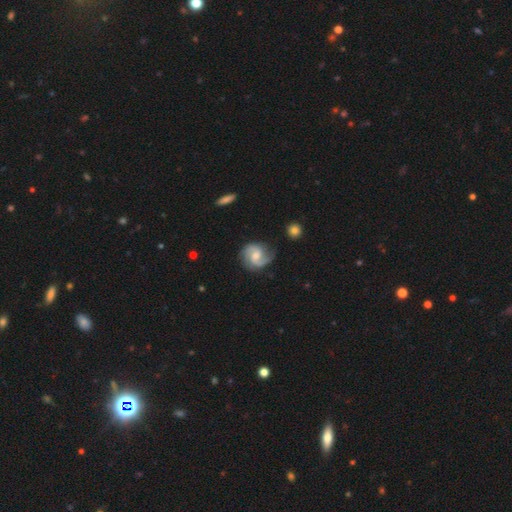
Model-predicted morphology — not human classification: The model was most divided on "bar": weak: 50%, no: 41%, strong: 10%. More confident: edge-on disk — no (98%); spiral arms — yes (97%); smooth or featured — featured or disk (84%); spiral arm count — 2 (83%); merging — none (75%); bulge size — moderate (53%); spiral winding — medium (51%).